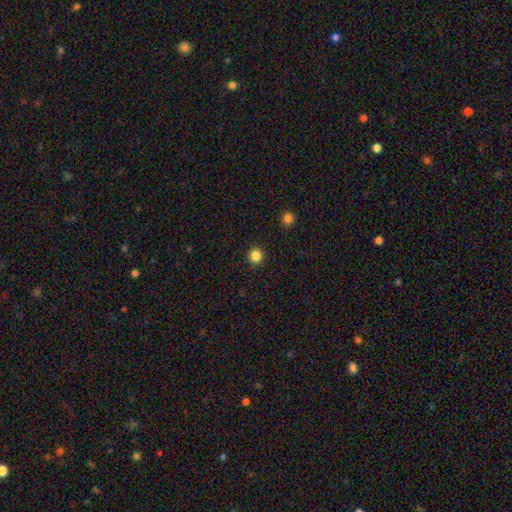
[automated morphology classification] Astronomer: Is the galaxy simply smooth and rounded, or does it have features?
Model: smooth — 85%.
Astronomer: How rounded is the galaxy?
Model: round — 93%.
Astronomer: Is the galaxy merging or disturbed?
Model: none — 93%.